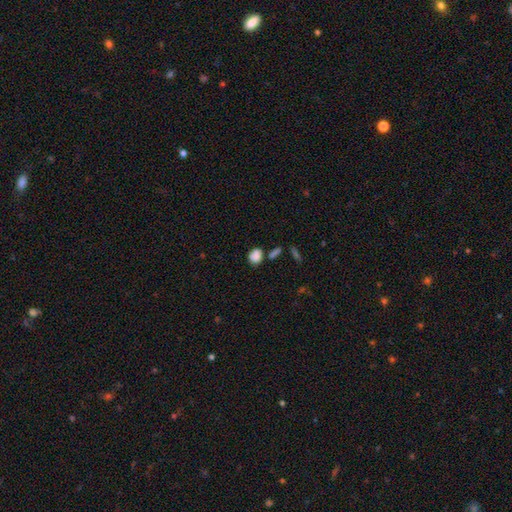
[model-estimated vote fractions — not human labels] The model was most divided on "how rounded": round: 58%, in between: 40%, cigar-shaped: 2%. More confident: smooth or featured — smooth (84%); merging — none (64%).